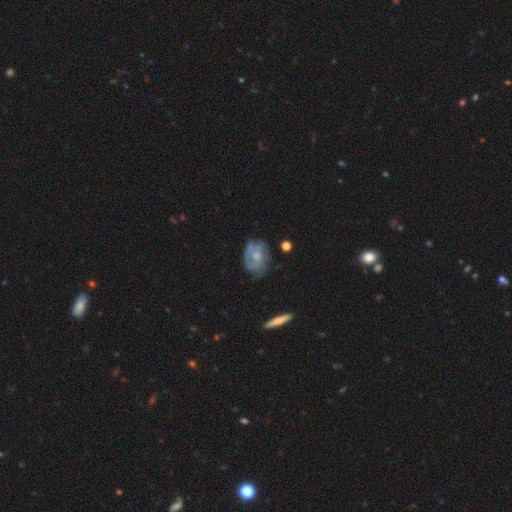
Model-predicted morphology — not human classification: A featured or disk galaxy (61%) with no bar (78%), spiral arms (65%) and a moderate central bulge (41%).

Vote fractions:
- Smooth or featured? featured or disk: 61% / smooth: 32% / star or artifact: 7%
- Edge-on disk? no: 95% / yes: 5%
- Bar? no: 78% / weak: 19% / strong: 3%
- Spiral arms? yes: 65% / no: 35%
- Bulge size? moderate: 41% / small: 40% / none: 13% / large: 4% / dominant: 1%
- Merging? none: 59% / minor disturbance: 26% / major disturbance: 12% / merger: 3%